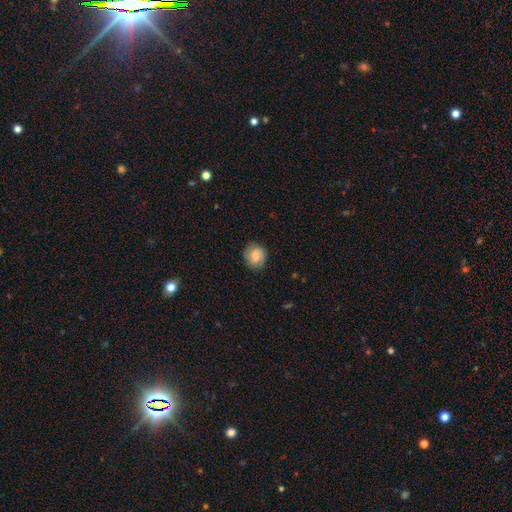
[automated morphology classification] This is likely a smooth galaxy (67%). How rounded: likely round (71%). Merging: clearly none (81%).